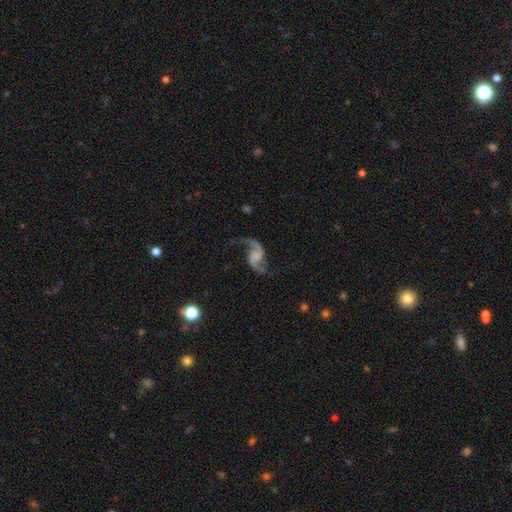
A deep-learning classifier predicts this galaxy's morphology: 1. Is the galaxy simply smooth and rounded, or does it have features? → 91% featured or disk, 5% star or artifact, 4% smooth.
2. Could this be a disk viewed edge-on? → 98% no, 2% yes.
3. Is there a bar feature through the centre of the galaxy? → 58% no, 32% weak, 10% strong.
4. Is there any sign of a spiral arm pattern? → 98% yes, 2% no.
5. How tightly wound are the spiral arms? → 80% loose, 17% medium, 3% tight.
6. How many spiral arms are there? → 94% 2, 2% 1, 1% can't tell, 1% 3, 1% 4, 1% more than 4.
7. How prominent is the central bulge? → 60% none, 16% small, 12% moderate, 9% large, 2% dominant.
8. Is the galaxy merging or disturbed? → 75% none, 14% minor disturbance, 9% major disturbance, 2% merger.